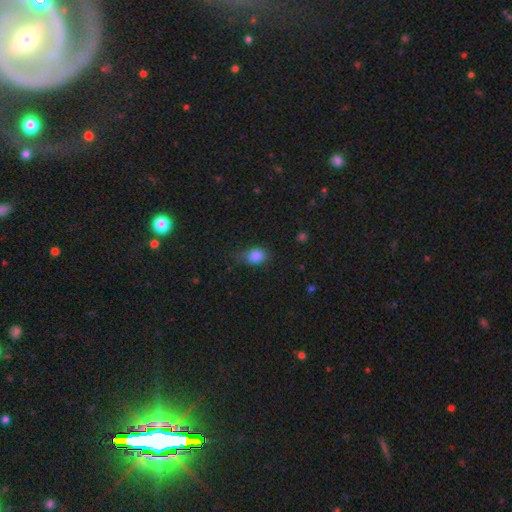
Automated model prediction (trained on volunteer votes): Overall: smooth (84%). How rounded: in between (64%; round 34%). Merging: none (55%; minor disturbance 33%).